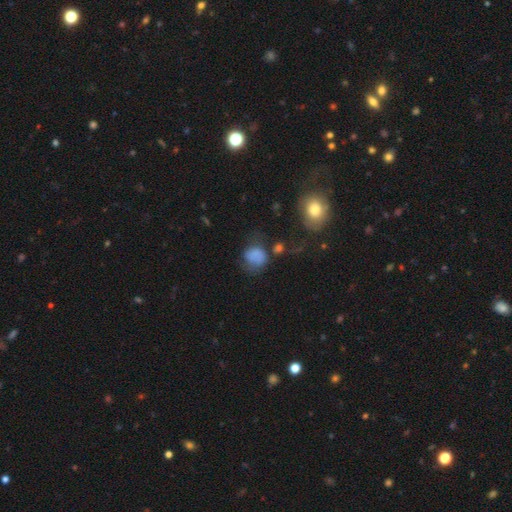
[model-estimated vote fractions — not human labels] Morphology: type=smooth (73%); roundness=round (66%); merging=none (41%).